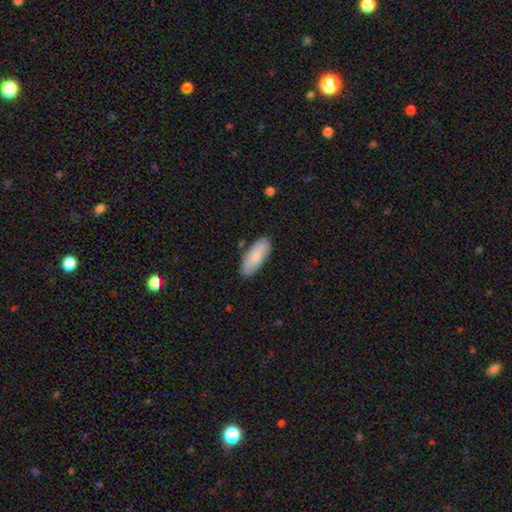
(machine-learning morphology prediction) Smooth or featured? smooth (83%)
How rounded? in between (80%)
Merging? none (84%)